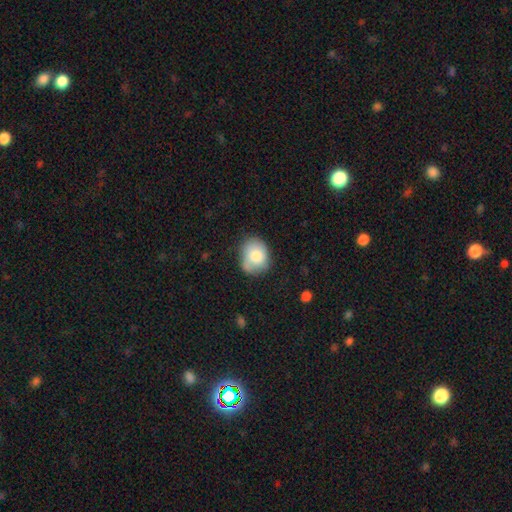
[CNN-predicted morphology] Smooth or featured? Predicted: smooth (p=0.78). How rounded? Predicted: round (p=0.50). Merging? Predicted: none (p=0.60).